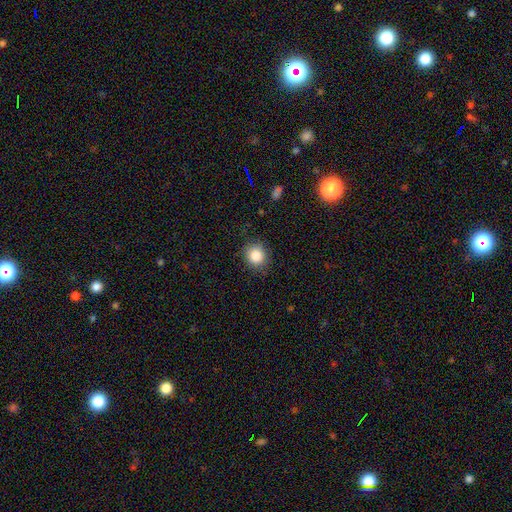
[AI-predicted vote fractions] smooth_or_featured: smooth (p=0.86) [alt: star or artifact p=0.10]
how_rounded: round (p=0.83) [alt: in between p=0.16]
merging: none (p=0.85) [alt: minor disturbance p=0.11]